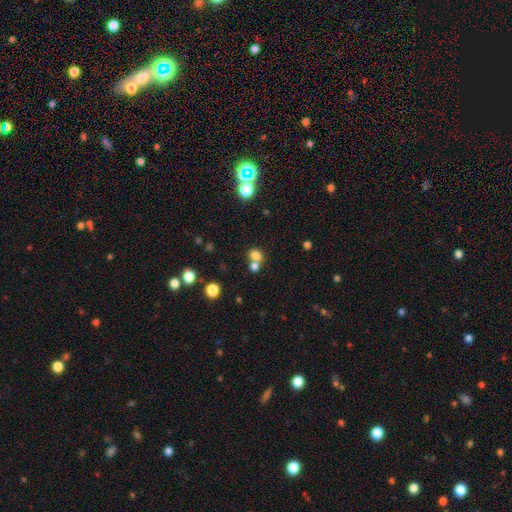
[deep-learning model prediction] Smooth or featured: smooth — 76% (star or artifact — 16%)
How rounded: round — 57% (in between — 42%)
Merging: merger — 46% (none — 43%)